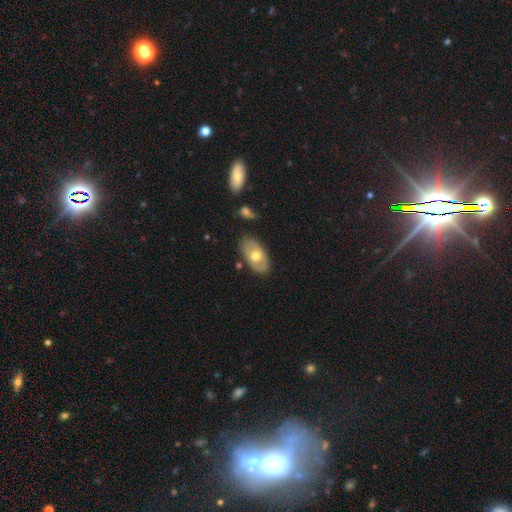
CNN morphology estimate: smooth-or-featured: smooth: 54% | featured or disk: 41% | star or artifact: 6%
  how-rounded: in between: 92% | round: 6% | cigar-shaped: 2%
  merging: none: 79% | minor disturbance: 14% | merger: 3% | major disturbance: 3%